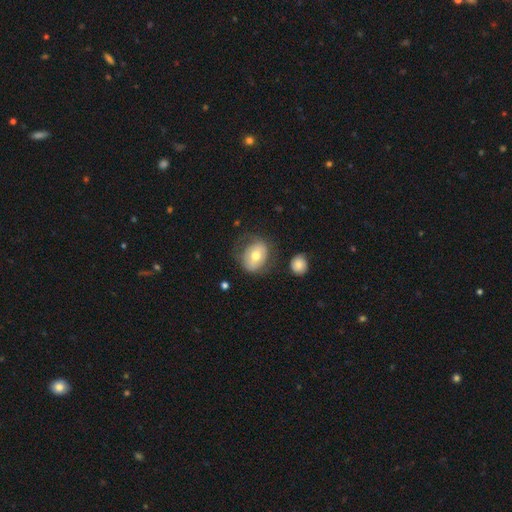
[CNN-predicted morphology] This appears to be a smooth galaxy with no disk features (57%) that is in between round and cigar-shaped (52%). Merging: none (62%).